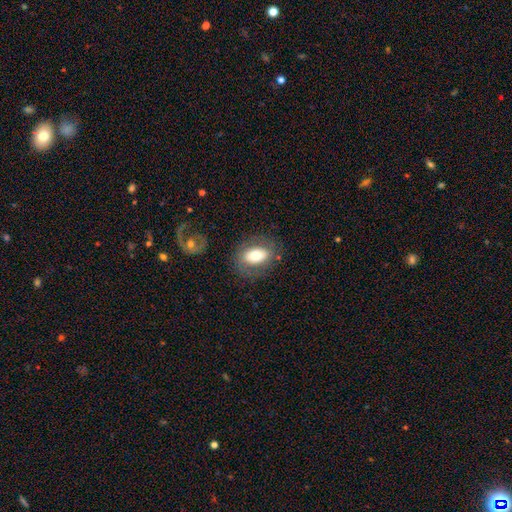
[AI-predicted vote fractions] This is likely a smooth galaxy (65%). How rounded: clearly in between (81%). Merging: likely none (79%).